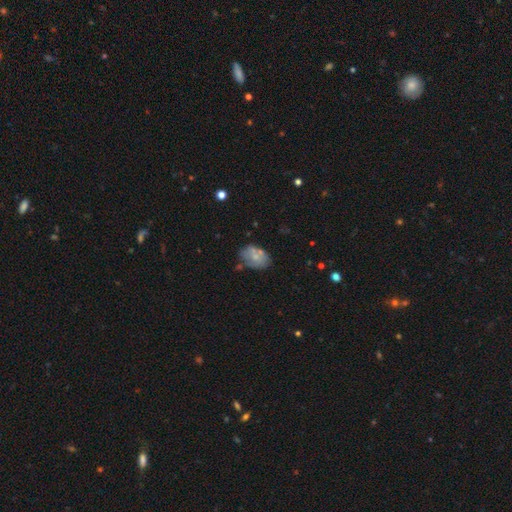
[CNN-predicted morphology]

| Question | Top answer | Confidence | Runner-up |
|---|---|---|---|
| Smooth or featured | smooth | 59% | featured or disk (33%) |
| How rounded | in between | 82% | round (17%) |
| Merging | none | 50% | minor disturbance (26%) |